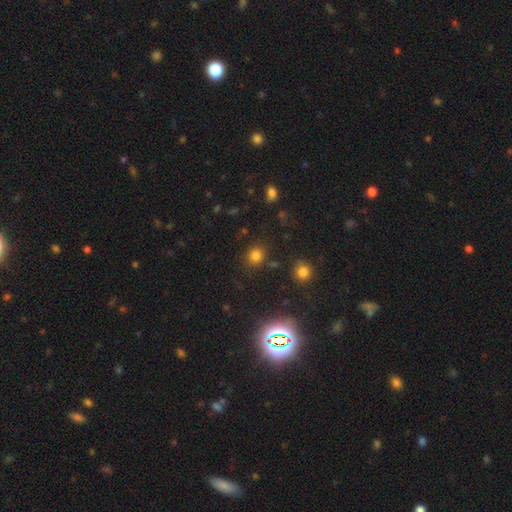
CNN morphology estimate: Smooth or featured?
  - smooth: 78% *
  - star or artifact: 17%
  - featured or disk: 5%
How rounded?
  - round: 77% *
  - in between: 22%
  - cigar-shaped: 1%
Merging?
  - none: 83% *
  - minor disturbance: 9%
  - merger: 4%
  - major disturbance: 4%